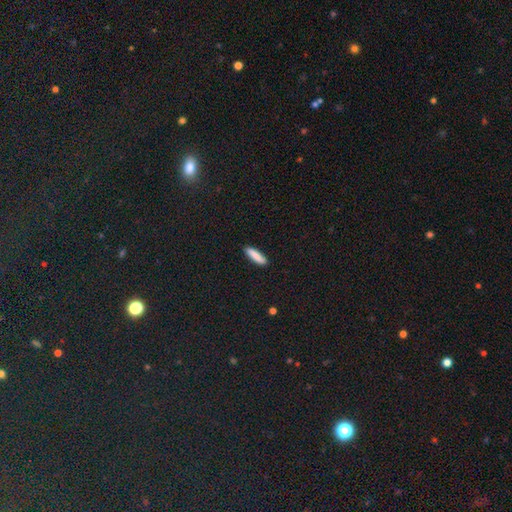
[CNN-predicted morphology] Smooth or featured? smooth (87%)
How rounded? cigar-shaped (79%)
Merging? none (91%)